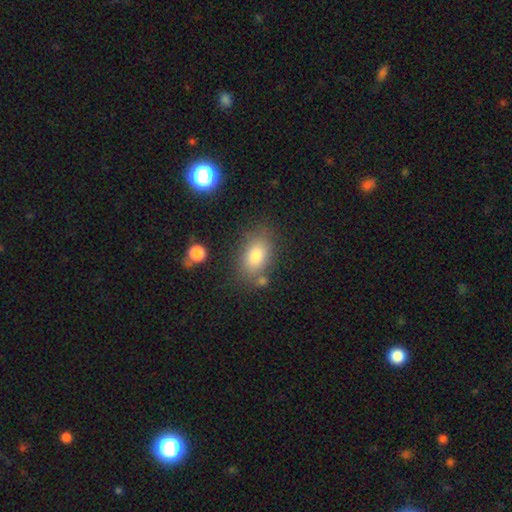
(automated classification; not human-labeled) This is likely a smooth galaxy (79%). How rounded: clearly in between (84%). Merging: likely none (73%).